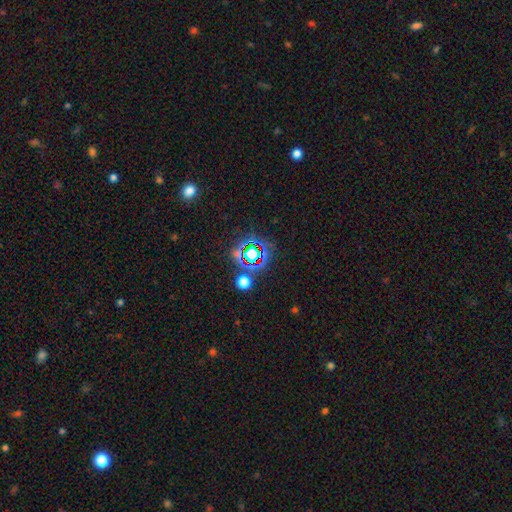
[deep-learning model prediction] This appears to be a star or artifact, not a galaxy (68%).